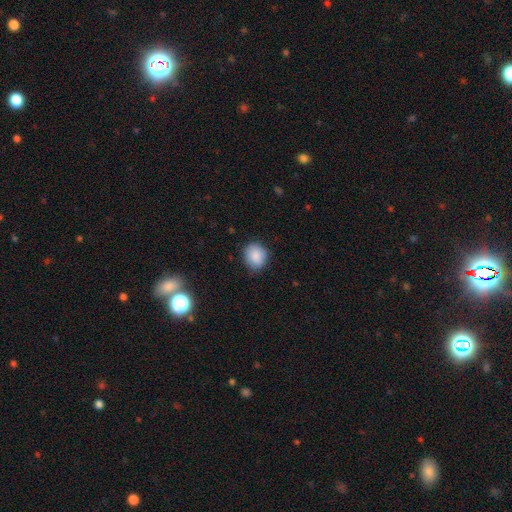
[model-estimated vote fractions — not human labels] This is clearly a smooth galaxy (86%). How rounded: likely round (73%). Merging: clearly none (82%).